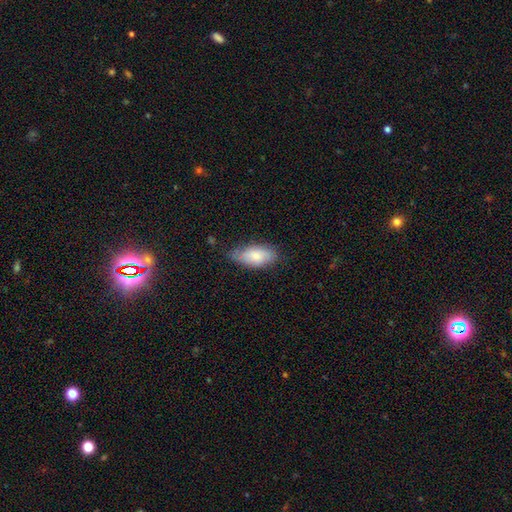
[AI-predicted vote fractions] A smooth galaxy with no disk features (78%) that is in between round and cigar-shaped (90%). Merging: none (63%).